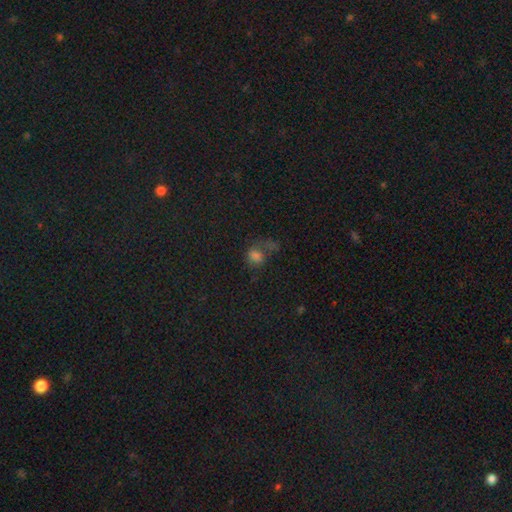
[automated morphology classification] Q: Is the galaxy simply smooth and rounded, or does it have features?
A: smooth — 61%.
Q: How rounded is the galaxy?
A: in between — 50%.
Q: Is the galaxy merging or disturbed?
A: none — 33%.